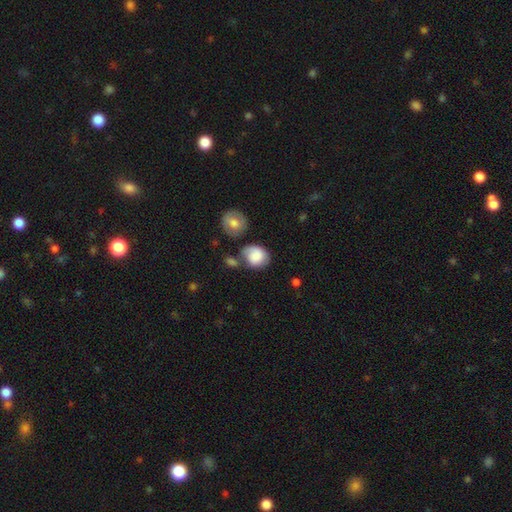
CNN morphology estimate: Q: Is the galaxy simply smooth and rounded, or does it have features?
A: smooth — 83%.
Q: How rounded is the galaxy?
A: round — 63%.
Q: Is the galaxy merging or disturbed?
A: none — 49%.